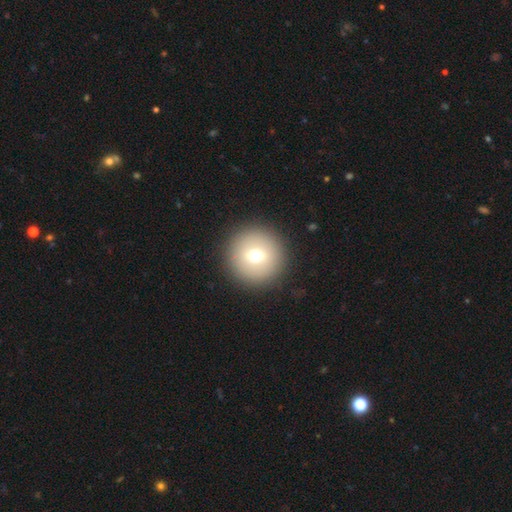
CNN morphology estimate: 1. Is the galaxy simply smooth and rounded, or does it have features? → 67% smooth, 21% featured or disk, 12% star or artifact.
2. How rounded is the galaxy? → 96% round, 3% in between, 1% cigar-shaped.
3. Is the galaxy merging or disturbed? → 91% none, 5% minor disturbance, 3% major disturbance, 1% merger.